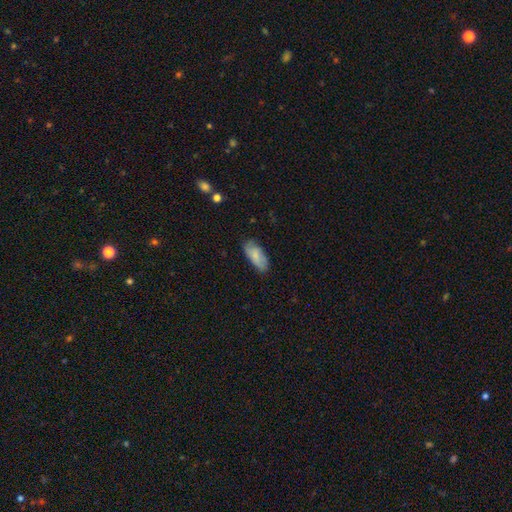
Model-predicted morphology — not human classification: Q: Smooth or featured?
A: smooth (74%); runner-up: featured or disk (20%)
Q: How rounded?
A: in between (88%); runner-up: cigar-shaped (9%)
Q: Merging?
A: none (78%); runner-up: minor disturbance (18%)